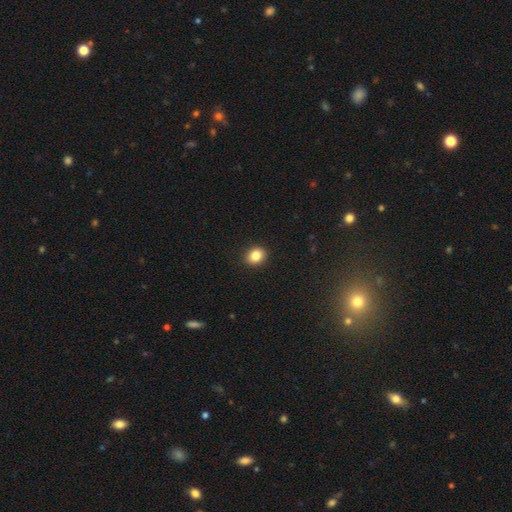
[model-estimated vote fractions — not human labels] Smooth or featured? Predicted: smooth (p=0.85). How rounded? Predicted: round (p=0.56). Merging? Predicted: none (p=0.91).